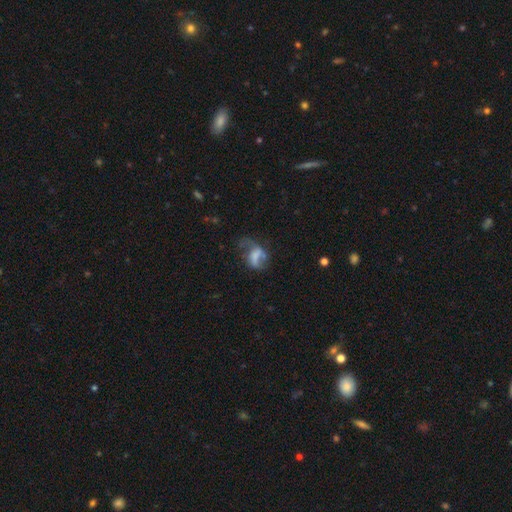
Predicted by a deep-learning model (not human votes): smooth_or_featured: featured or disk (p=0.48) [alt: smooth p=0.40]
merging: major disturbance (p=0.43) [alt: none p=0.27]